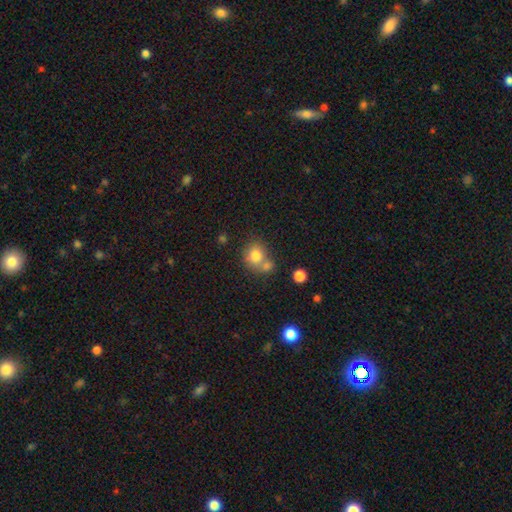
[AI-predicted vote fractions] A smooth galaxy with no disk features (77%) that is round (75%).

Vote fractions:
- Smooth or featured? smooth: 77% / featured or disk: 12% / star or artifact: 11%
- How rounded? round: 75% / in between: 24% / cigar-shaped: 1%
- Merging? none: 44% / merger: 40% / minor disturbance: 11% / major disturbance: 5%